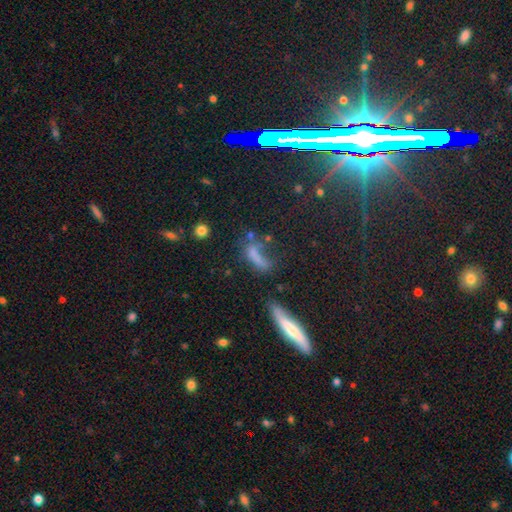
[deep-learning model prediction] Morphology: type=smooth (57%); roundness=cigar-shaped (51%); merging=none (35%).